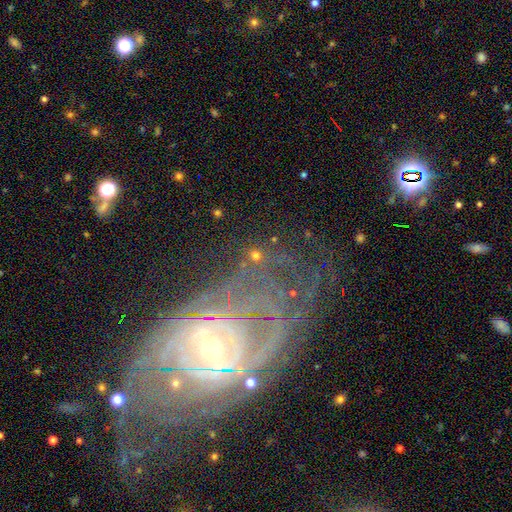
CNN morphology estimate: Smooth or featured: star or artifact — 42% (smooth — 40%)